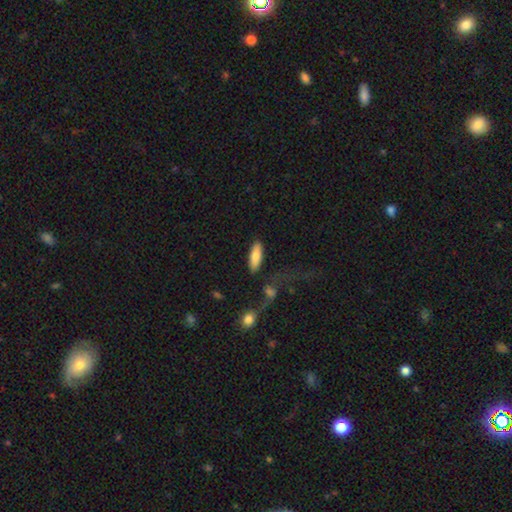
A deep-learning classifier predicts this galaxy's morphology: A smooth galaxy with no disk features (80%) that is in between round and cigar-shaped (65%).

Vote fractions:
- Smooth or featured? smooth: 80% / featured or disk: 14% / star or artifact: 6%
- How rounded? in between: 65% / cigar-shaped: 33% / round: 2%
- Merging? none: 78% / minor disturbance: 11% / merger: 6% / major disturbance: 5%